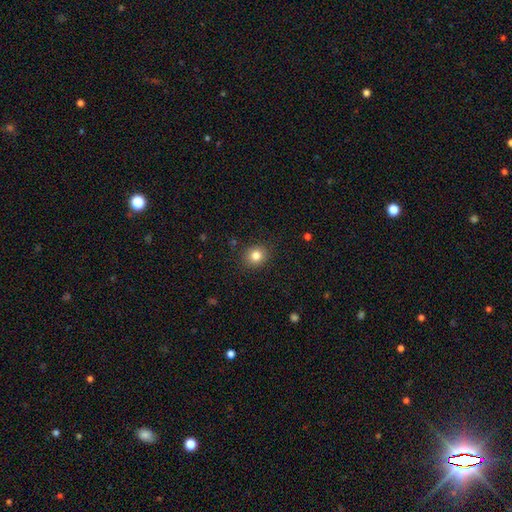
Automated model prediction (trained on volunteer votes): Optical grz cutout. It shows a smooth galaxy with no disk features (82%) that is round (81%). Merging: none (89%).